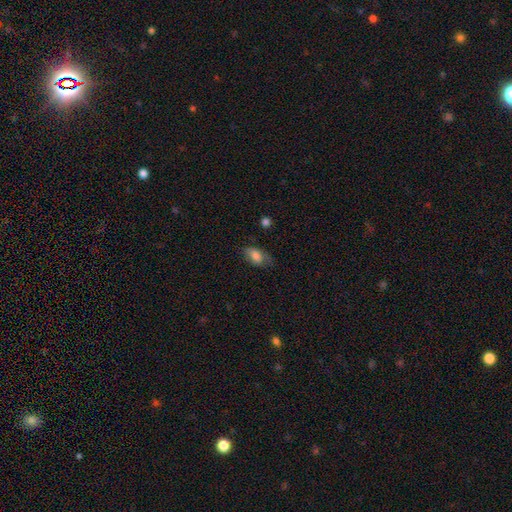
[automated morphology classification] This appears to be a smooth galaxy with no disk features (77%) that is in between round and cigar-shaped (89%). Merging: none (61%).